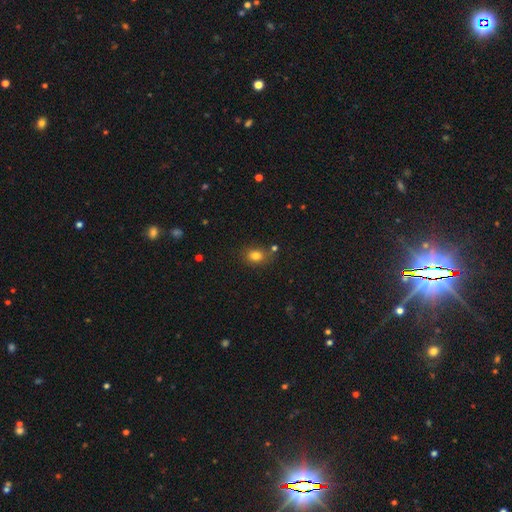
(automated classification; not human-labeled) smooth 80%, star or artifact 13%, featured or disk 7%. Down the decision tree: how rounded — in between (52%); merging — none (74%).